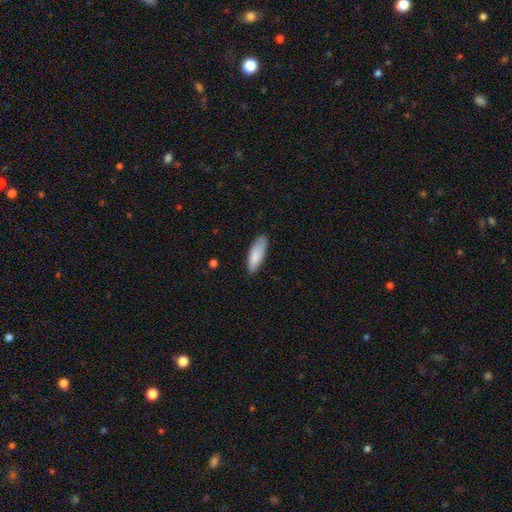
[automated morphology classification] smooth_or_featured: smooth (p=0.85) [alt: featured or disk p=0.10]
how_rounded: in between (p=0.58) [alt: cigar-shaped p=0.41]
merging: none (p=0.80) [alt: minor disturbance p=0.16]